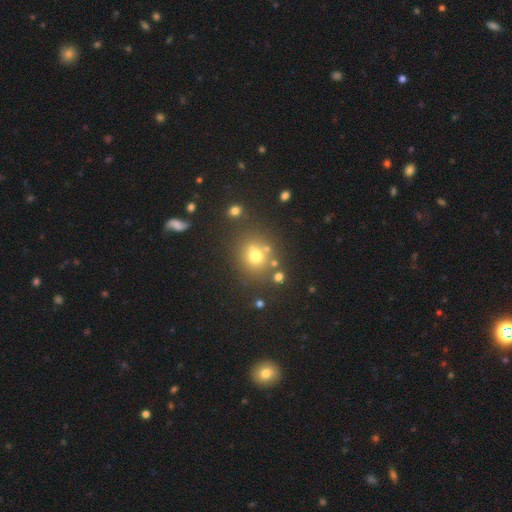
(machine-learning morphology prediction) Smooth or featured: smooth — 65% (star or artifact — 20%)
How rounded: round — 80% (in between — 19%)
Merging: none — 67% (merger — 15%)